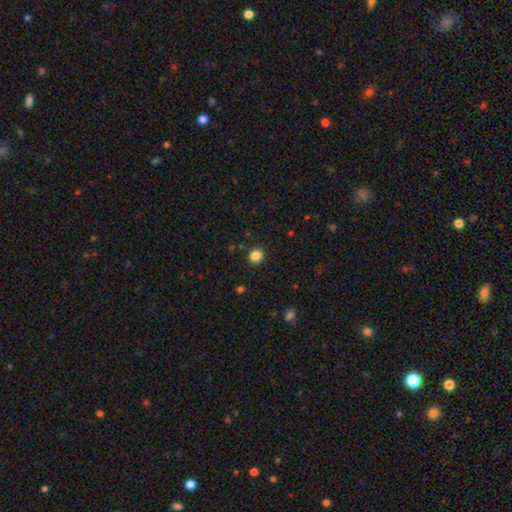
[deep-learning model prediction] Smooth or featured? smooth (86%)
How rounded? round (70%)
Merging? none (89%)